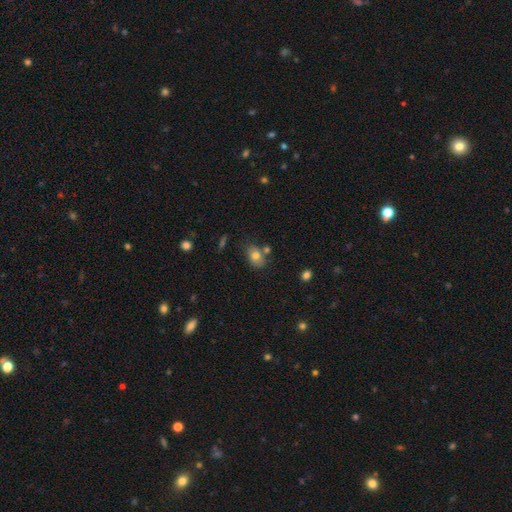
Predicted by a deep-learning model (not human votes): A smooth galaxy with no disk features (77%) that is in between round and cigar-shaped (75%).

Vote fractions:
- Smooth or featured? smooth: 77% / featured or disk: 14% / star or artifact: 9%
- How rounded? in between: 75% / round: 24% / cigar-shaped: 1%
- Merging? none: 66% / minor disturbance: 17% / merger: 13% / major disturbance: 4%